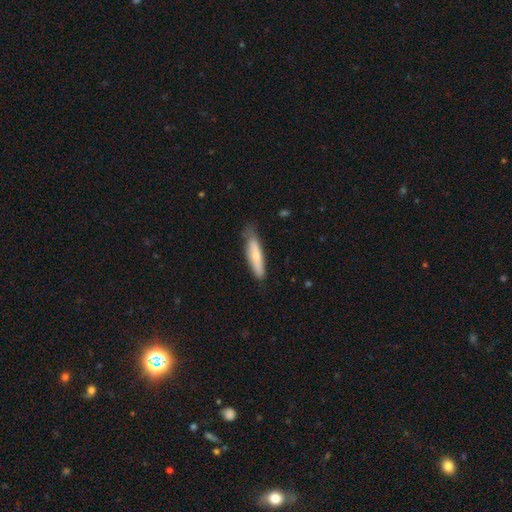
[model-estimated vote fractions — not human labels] The model was most divided on "smooth or featured": smooth: 67%, featured or disk: 28%, star or artifact: 6%. More confident: how rounded — cigar-shaped (74%); merging — none (67%).